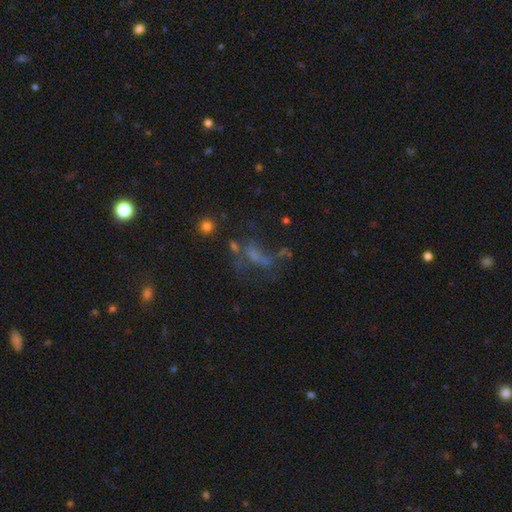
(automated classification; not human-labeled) smooth-or-featured: featured or disk: 37% | star or artifact: 31% | smooth: 31%
  merging: major disturbance: 36% | none: 35% | minor disturbance: 16% | merger: 13%